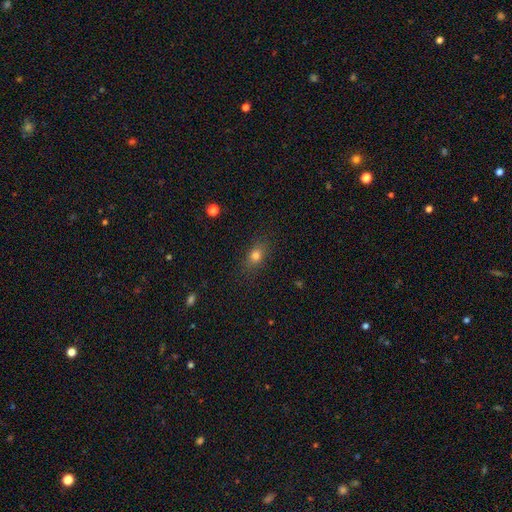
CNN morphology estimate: This is likely a smooth galaxy (78%). How rounded: likely in between (65%). Merging: clearly none (84%).